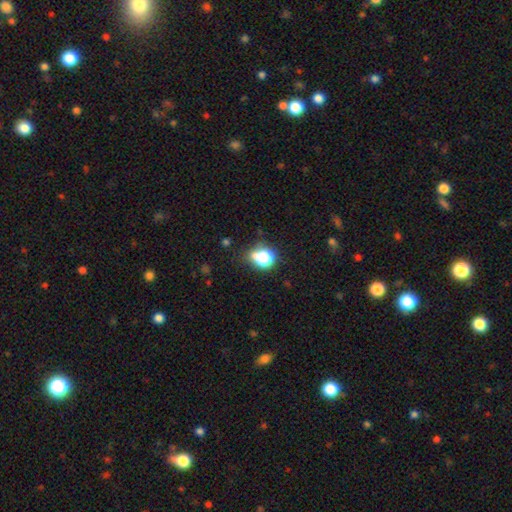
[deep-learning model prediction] Smooth or featured: smooth — 69% (star or artifact — 20%)
How rounded: round — 66% (in between — 33%)
Merging: none — 51% (merger — 21%)